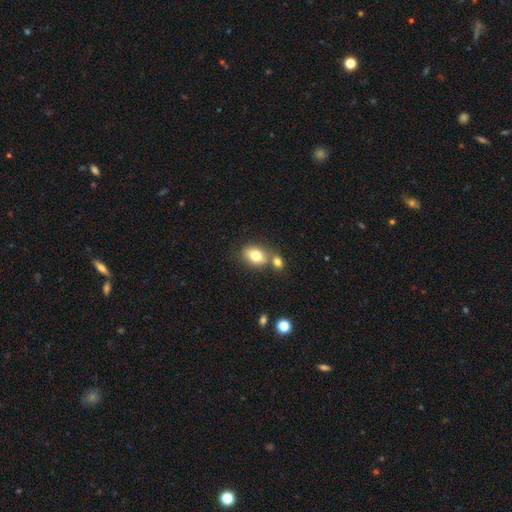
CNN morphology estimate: Overall: smooth (77%). How rounded: in between (79%). Merging: none (54%; merger 30%).